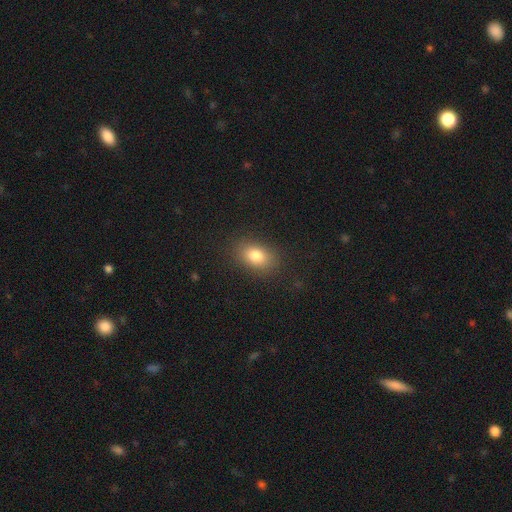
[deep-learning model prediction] Q: Smooth or featured?
A: smooth (81%); runner-up: star or artifact (10%)
Q: How rounded?
A: in between (81%); runner-up: round (17%)
Q: Merging?
A: none (86%); runner-up: minor disturbance (10%)